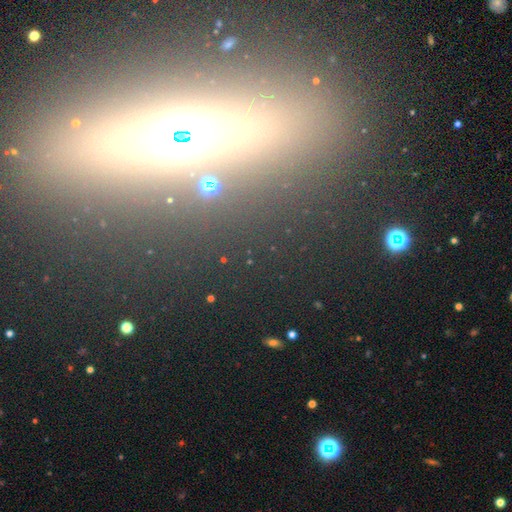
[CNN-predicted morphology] Smooth or featured? Predicted: featured or disk (p=0.41). Merging? Predicted: none (p=0.87).